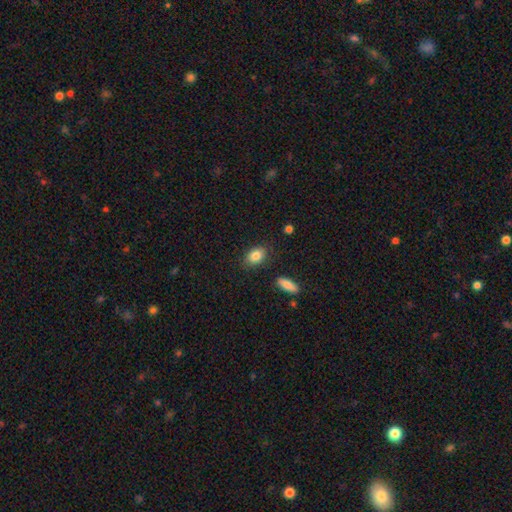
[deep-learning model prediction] Overall: smooth (84%). How rounded: in between (81%). Merging: none (83%).